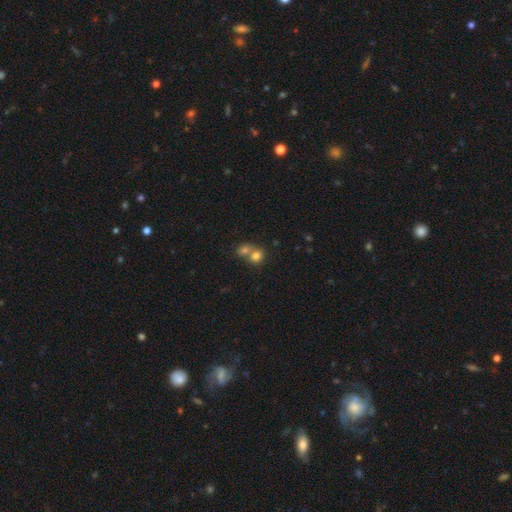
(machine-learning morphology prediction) This is likely a smooth galaxy (77%). How rounded: likely round (72%). Merging: likely merger (63%).